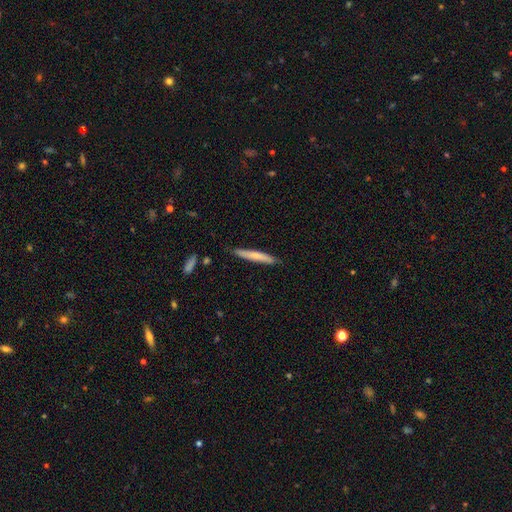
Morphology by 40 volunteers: smooth_or_featured: smooth (p=0.75) [alt: featured or disk p=0.25]
how_rounded: cigar-shaped (p=0.93) [alt: in between p=0.07]
merging: none (p=0.82) [alt: minor disturbance p=0.15]